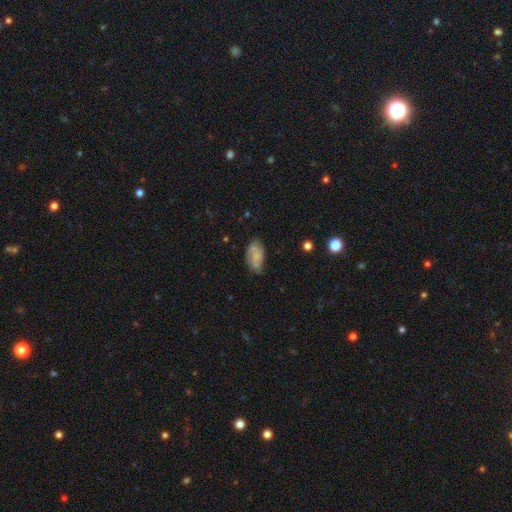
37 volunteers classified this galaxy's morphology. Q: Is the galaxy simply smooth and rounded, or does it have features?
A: featured or disk — 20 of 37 (54%).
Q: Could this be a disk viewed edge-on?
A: no — 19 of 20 (95%).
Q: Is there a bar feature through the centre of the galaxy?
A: no — 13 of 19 (68%).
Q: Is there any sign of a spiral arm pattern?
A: yes — 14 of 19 (74%).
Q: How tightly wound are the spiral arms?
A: medium — 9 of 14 (64%).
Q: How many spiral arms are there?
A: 2 — 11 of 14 (79%).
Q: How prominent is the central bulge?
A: small — 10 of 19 (53%).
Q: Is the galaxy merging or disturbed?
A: none — 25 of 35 (71%).